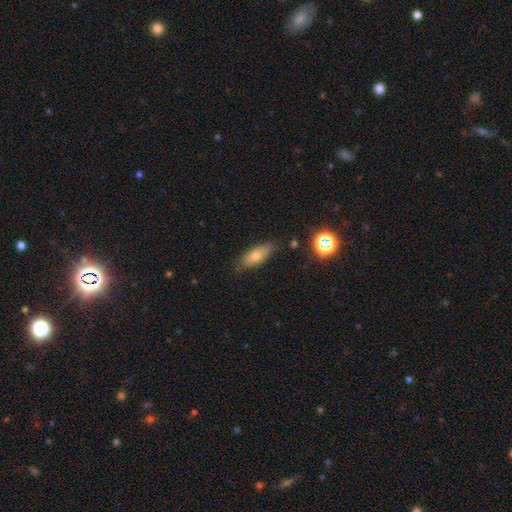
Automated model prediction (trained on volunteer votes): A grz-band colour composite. It shows a smooth galaxy with no disk features (65%) that is in between round and cigar-shaped (68%). Merging: none (82%).